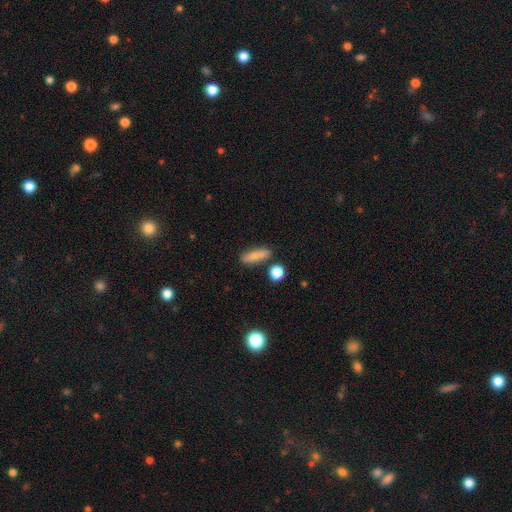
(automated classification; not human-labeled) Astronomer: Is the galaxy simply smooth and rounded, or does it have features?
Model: smooth — 80%.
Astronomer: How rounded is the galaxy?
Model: cigar-shaped — 53% (runner-up: in between, 41%).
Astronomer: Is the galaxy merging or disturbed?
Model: none — 74%.